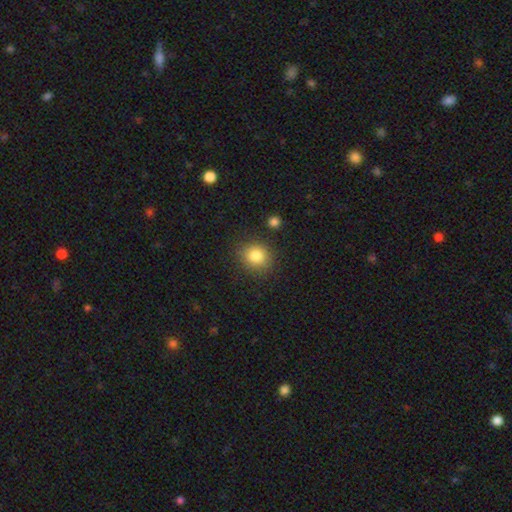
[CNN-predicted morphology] The model was most divided on "how rounded": round: 77%, in between: 22%, cigar-shaped: 1%. More confident: merging — none (85%); smooth or featured — smooth (83%).